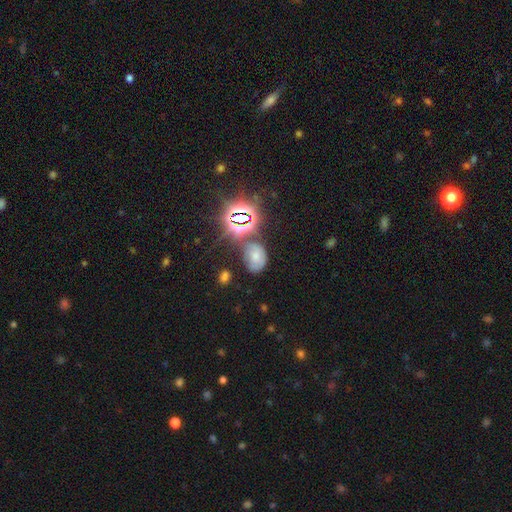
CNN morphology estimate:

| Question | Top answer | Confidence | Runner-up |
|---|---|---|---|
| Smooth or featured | smooth | 45% | star or artifact (32%) |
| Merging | none | 51% | minor disturbance (25%) |